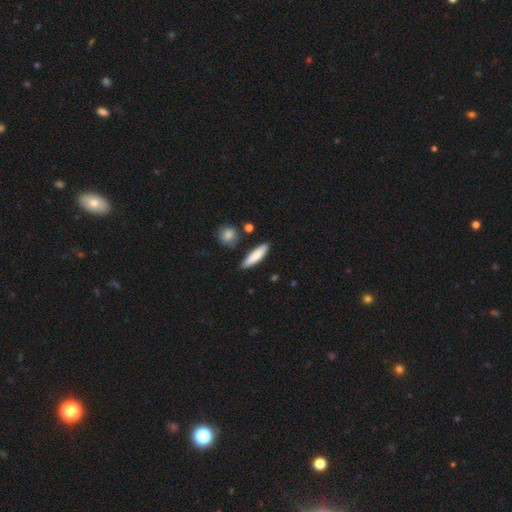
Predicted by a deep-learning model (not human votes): Smooth or featured? smooth (82%)
How rounded? cigar-shaped (75%)
Merging? none (85%)